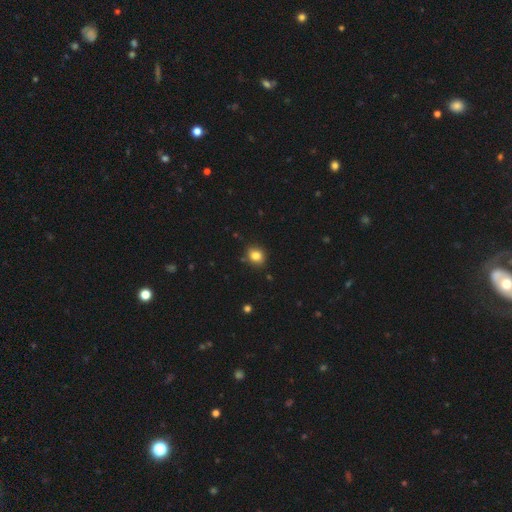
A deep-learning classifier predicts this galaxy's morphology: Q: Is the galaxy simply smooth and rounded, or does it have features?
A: smooth — 82%.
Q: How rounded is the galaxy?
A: round — 73%.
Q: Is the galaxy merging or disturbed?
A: none — 85%.